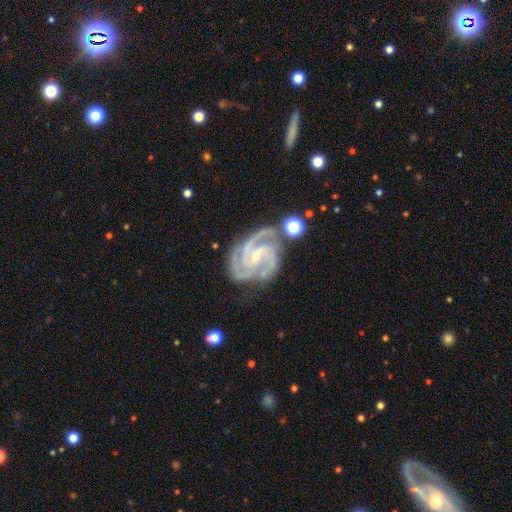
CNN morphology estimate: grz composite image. It shows a featured or disk galaxy (92%) with a weak bar (44%), 3 (53%) tight (60%) spiral arms (99%) and a small central bulge (73%). Merging: none (66%).